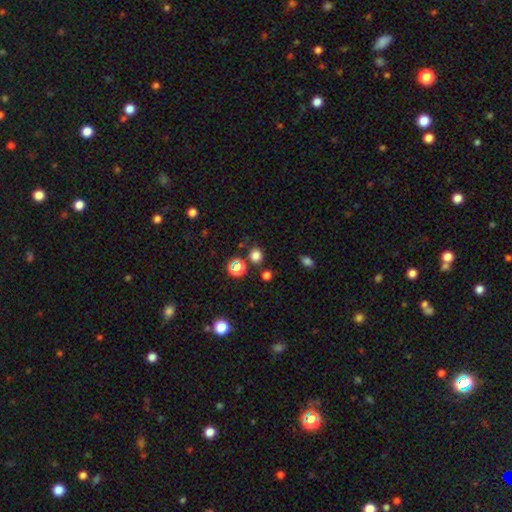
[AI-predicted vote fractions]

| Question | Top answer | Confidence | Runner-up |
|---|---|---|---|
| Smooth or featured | smooth | 77% | star or artifact (19%) |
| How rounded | round | 83% | in between (16%) |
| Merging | none | 82% | minor disturbance (9%) |